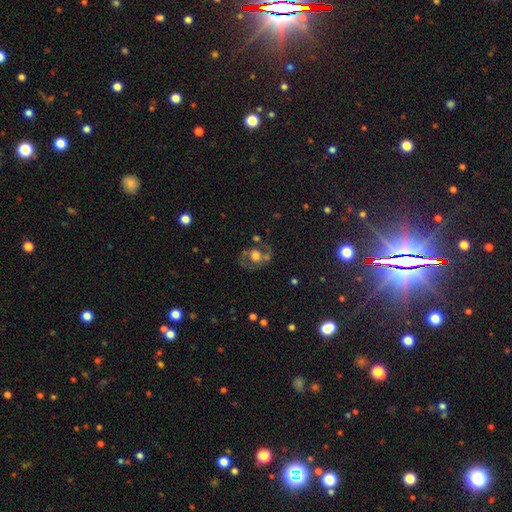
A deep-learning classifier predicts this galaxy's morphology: Smooth or featured?
  - featured or disk: 49% *
  - smooth: 39%
  - star or artifact: 11%
Merging?
  - none: 55% *
  - minor disturbance: 19%
  - major disturbance: 15%
  - merger: 10%